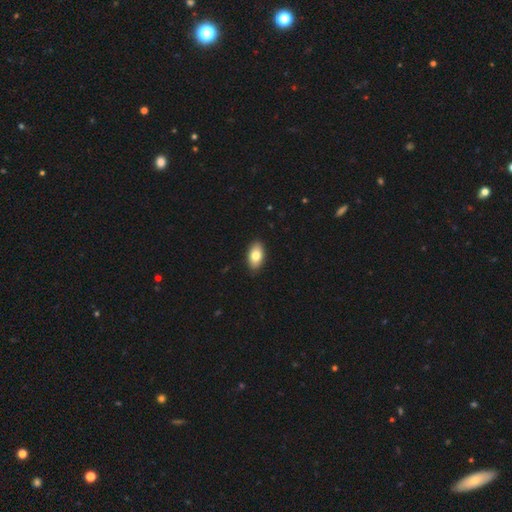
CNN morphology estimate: type=smooth (79%); roundness=in between (93%); merging=none (90%).